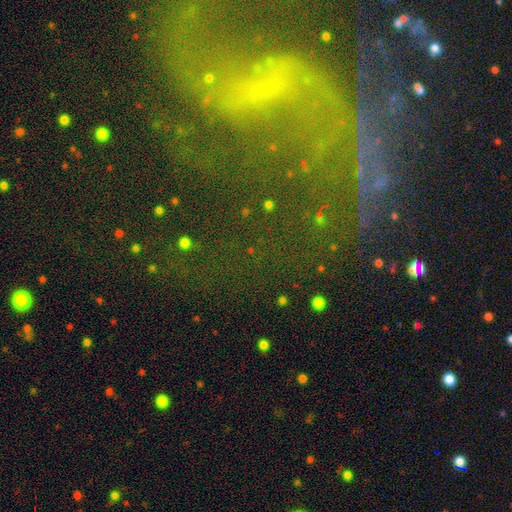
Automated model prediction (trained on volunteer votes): Overall: featured or disk (53%; star or artifact 31%). Edge-on disk: no (89%). Merging: none (64%).